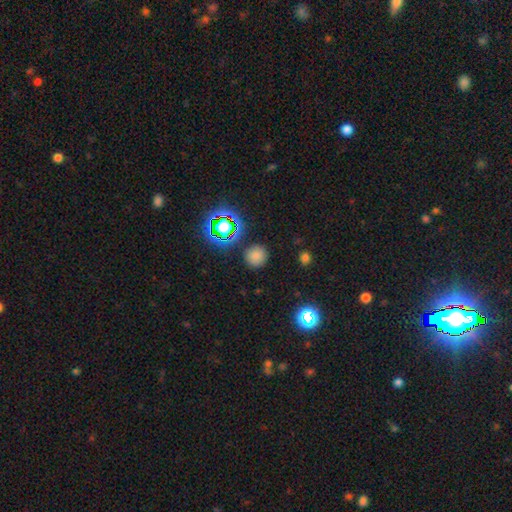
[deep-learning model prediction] Smooth or featured?
  - smooth: 74% *
  - star or artifact: 20%
  - featured or disk: 6%
How rounded?
  - round: 92% *
  - in between: 7%
  - cigar-shaped: 1%
Merging?
  - none: 86% *
  - minor disturbance: 8%
  - major disturbance: 3%
  - merger: 2%